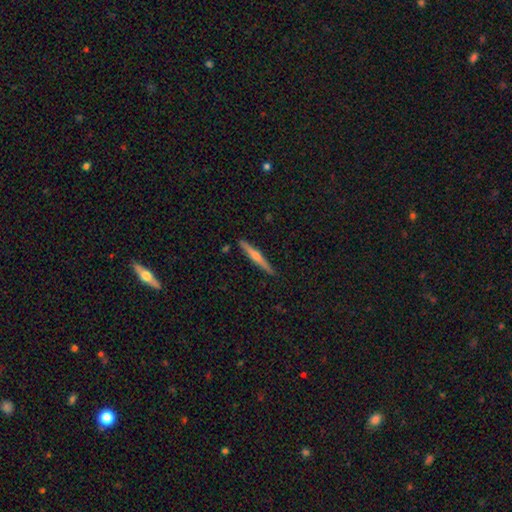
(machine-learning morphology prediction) The model was most divided on "smooth or featured": featured or disk: 67%, smooth: 27%, star or artifact: 5%. More confident: edge-on disk — yes (98%); merging — none (91%); edge-on bulge — rounded (86%).